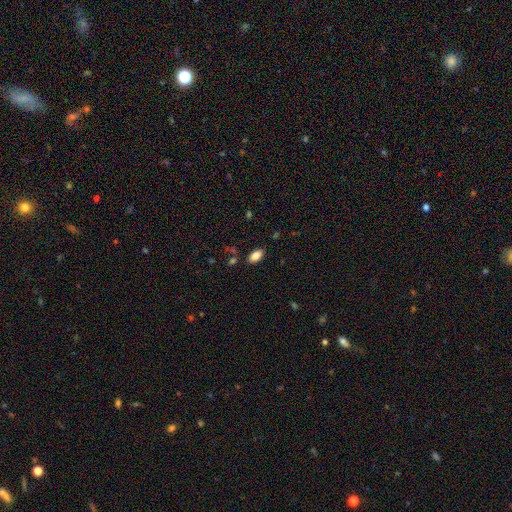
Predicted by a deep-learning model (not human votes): smooth_or_featured: smooth (p=0.86) [alt: star or artifact p=0.09]
how_rounded: in between (p=0.93) [alt: round p=0.04]
merging: none (p=0.84) [alt: minor disturbance p=0.10]